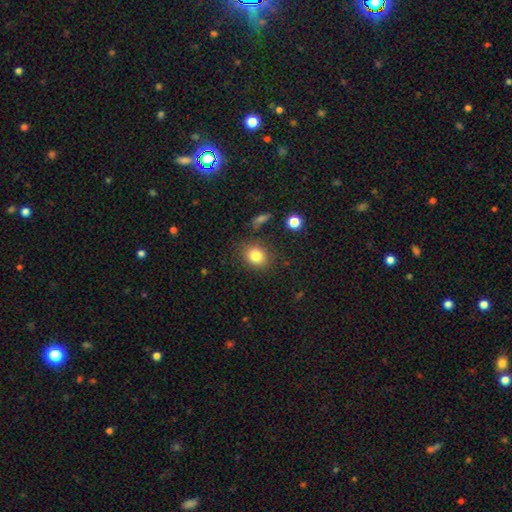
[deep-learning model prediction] Smooth or featured: smooth — 82% (star or artifact — 10%)
How rounded: round — 55% (in between — 44%)
Merging: none — 82% (minor disturbance — 12%)